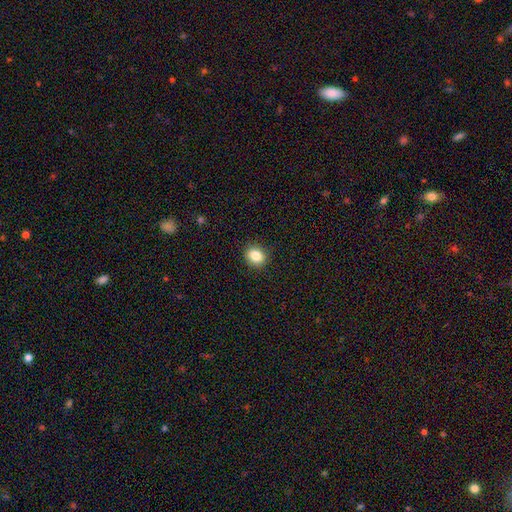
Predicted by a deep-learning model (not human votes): Smooth or featured? smooth (84%)
How rounded? round (71%)
Merging? none (91%)